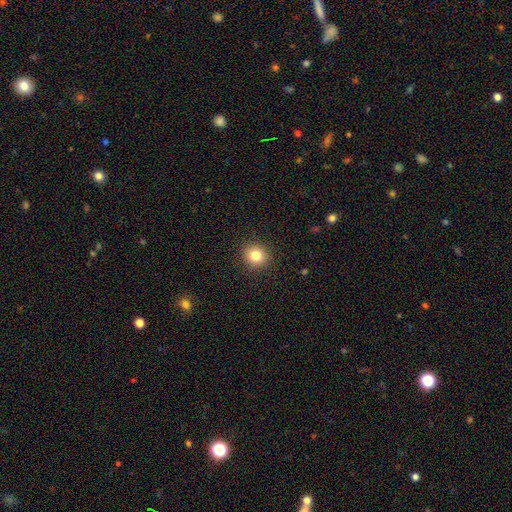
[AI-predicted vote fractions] A smooth galaxy with no disk features (81%) that is round (86%). Merging: none (91%).